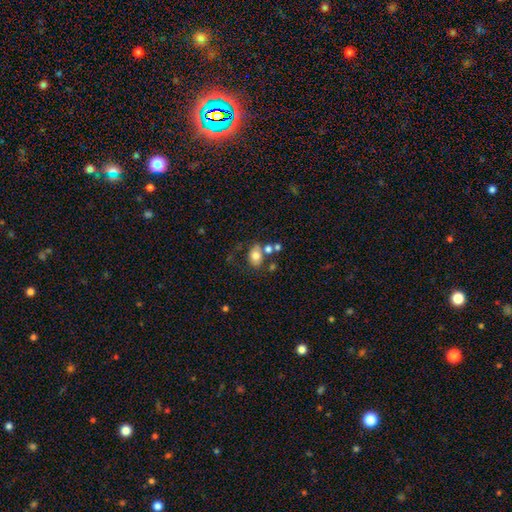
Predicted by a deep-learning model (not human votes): A smooth galaxy with no disk features (74%) that is in between round and cigar-shaped (68%).

Vote fractions:
- Smooth or featured? smooth: 74% / featured or disk: 16% / star or artifact: 10%
- How rounded? in between: 68% / round: 31% / cigar-shaped: 1%
- Merging? none: 52% / merger: 22% / minor disturbance: 18% / major disturbance: 9%